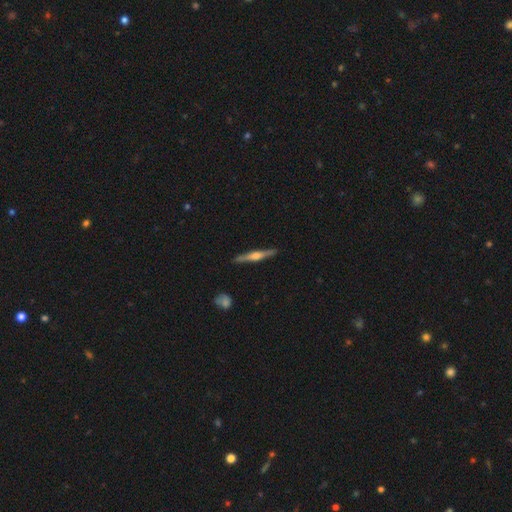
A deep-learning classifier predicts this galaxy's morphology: Smooth or featured?
  - featured or disk: 71% *
  - smooth: 24%
  - star or artifact: 5%
Edge-on disk?
  - yes: 98% *
  - no: 2%
Edge-on bulge?
  - rounded: 89% *
  - boxy: 6%
  - none: 5%
Merging?
  - none: 90% *
  - minor disturbance: 7%
  - major disturbance: 1%
  - merger: 1%